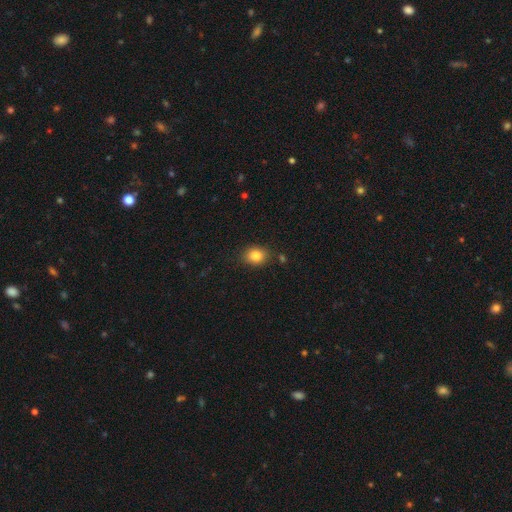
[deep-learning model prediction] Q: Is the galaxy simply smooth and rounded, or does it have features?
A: smooth — 85%.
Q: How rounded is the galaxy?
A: in between — 53%.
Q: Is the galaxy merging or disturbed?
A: none — 82%.